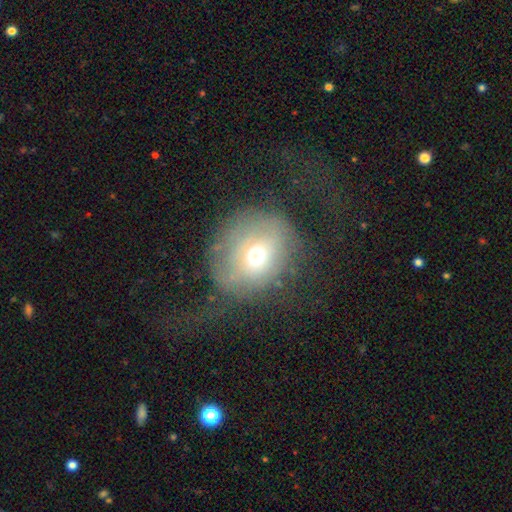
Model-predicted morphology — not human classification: A smooth galaxy with no disk features (58%) that is round (76%).

Vote fractions:
- Smooth or featured? smooth: 58% / featured or disk: 30% / star or artifact: 13%
- How rounded? round: 76% / in between: 23% / cigar-shaped: 1%
- Merging? none: 42% / major disturbance: 34% / minor disturbance: 22% / merger: 2%